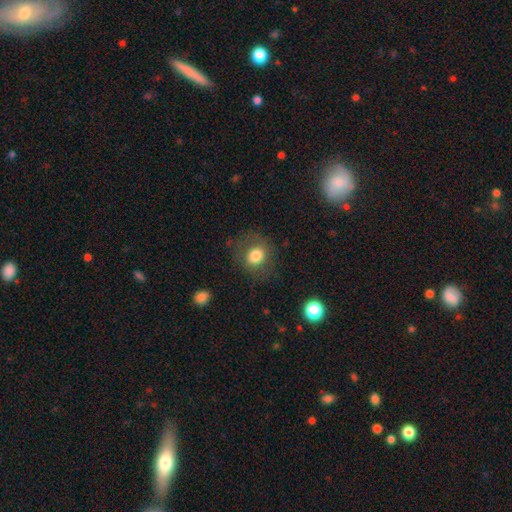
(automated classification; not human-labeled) smooth 78%, featured or disk 13%, star or artifact 10%. Down the decision tree: how rounded — round (70%); merging — none (74%).